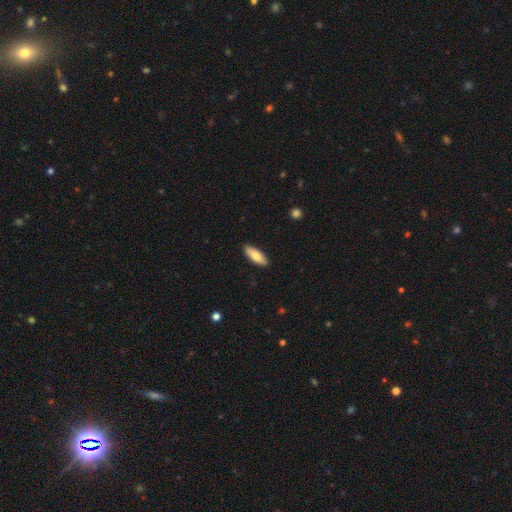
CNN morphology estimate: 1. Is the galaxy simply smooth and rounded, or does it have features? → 80% smooth, 14% featured or disk, 6% star or artifact.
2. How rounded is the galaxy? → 66% in between, 32% cigar-shaped, 2% round.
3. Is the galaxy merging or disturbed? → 89% none, 8% minor disturbance, 2% major disturbance, 1% merger.